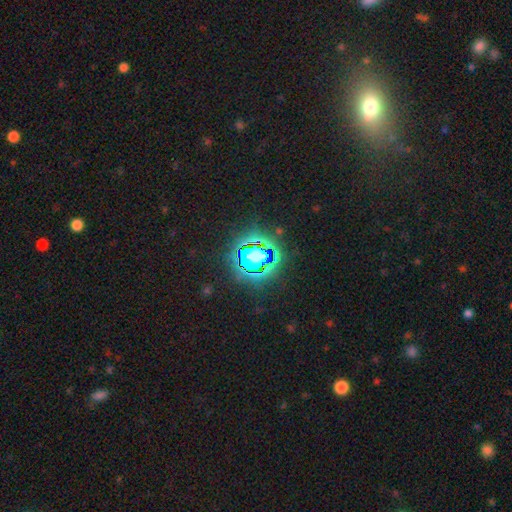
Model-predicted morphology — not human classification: This appears to be a star or artifact, not a galaxy (70%).